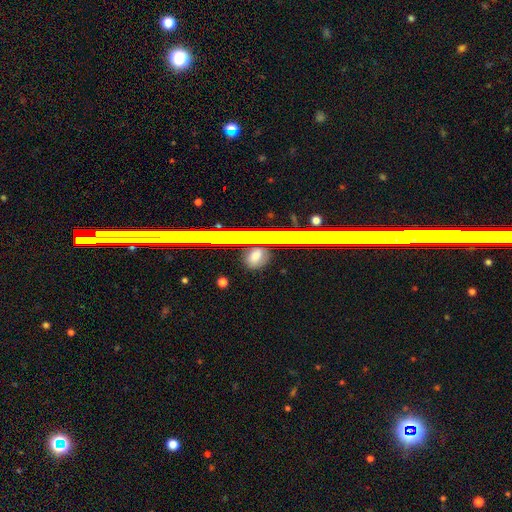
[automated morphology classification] Smooth or featured? smooth (56%)
How rounded? round (54%)
Merging? none (84%)